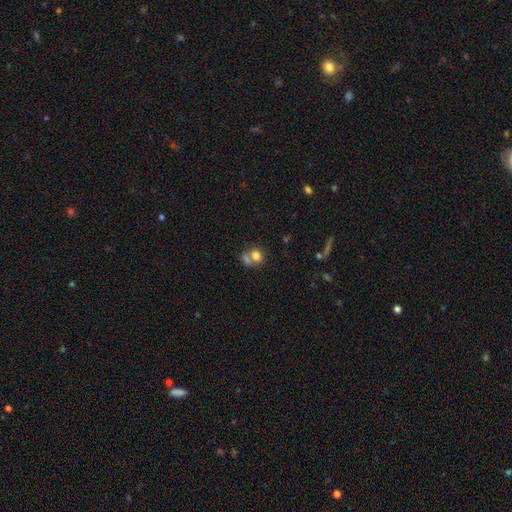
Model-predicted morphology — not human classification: This is likely a smooth galaxy (76%). How rounded: possibly round (59%). Merging: possibly merger (47%).